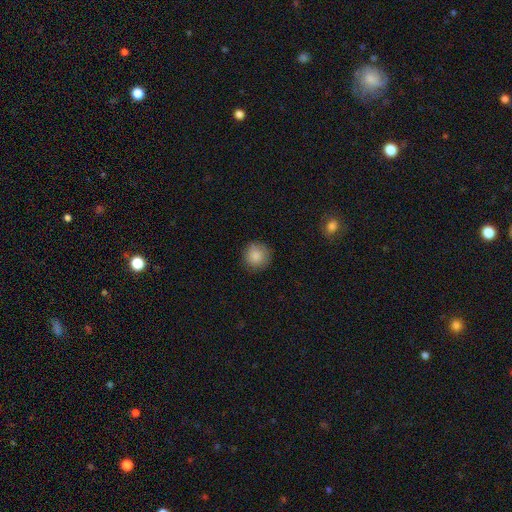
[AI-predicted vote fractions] Smooth or featured?
  - smooth: 86% *
  - star or artifact: 9%
  - featured or disk: 5%
How rounded?
  - round: 95% *
  - in between: 4%
  - cigar-shaped: 1%
Merging?
  - none: 88% *
  - minor disturbance: 9%
  - major disturbance: 2%
  - merger: 1%